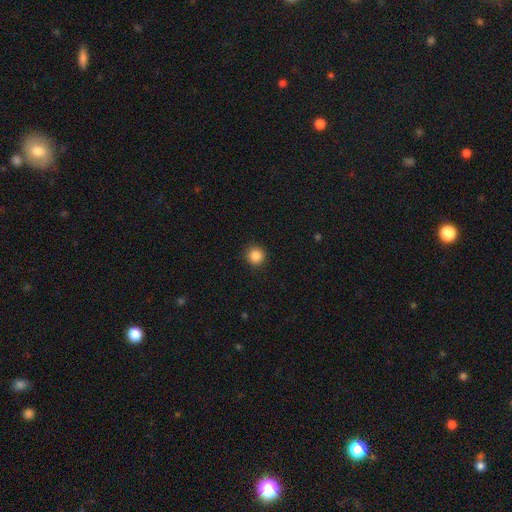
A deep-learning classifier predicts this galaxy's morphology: smooth-or-featured: smooth: 85% | star or artifact: 10% | featured or disk: 4%
  how-rounded: round: 95% | in between: 4% | cigar-shaped: 1%
  merging: none: 92% | minor disturbance: 5% | major disturbance: 2% | merger: 1%